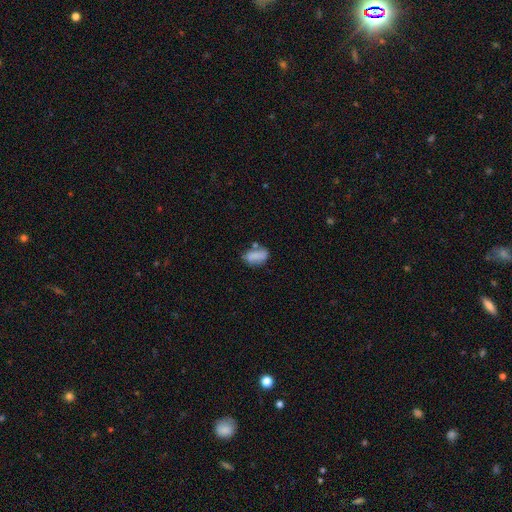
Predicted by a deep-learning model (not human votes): A smooth galaxy with no disk features (74%) that is in between round and cigar-shaped (86%). Merging: none (51%).